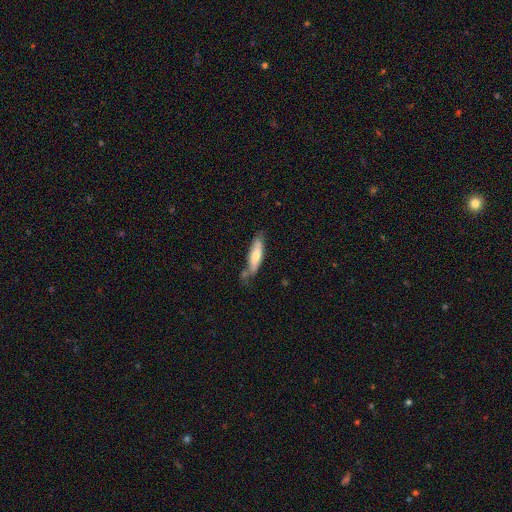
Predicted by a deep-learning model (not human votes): This is possibly a smooth galaxy (59%). How rounded: likely cigar-shaped (71%). Merging: possibly none (58%).